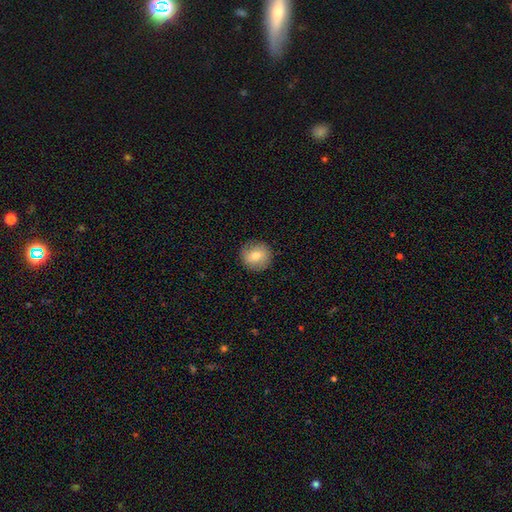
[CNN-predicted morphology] Overall: smooth (71%). How rounded: round (92%). Merging: none (88%).